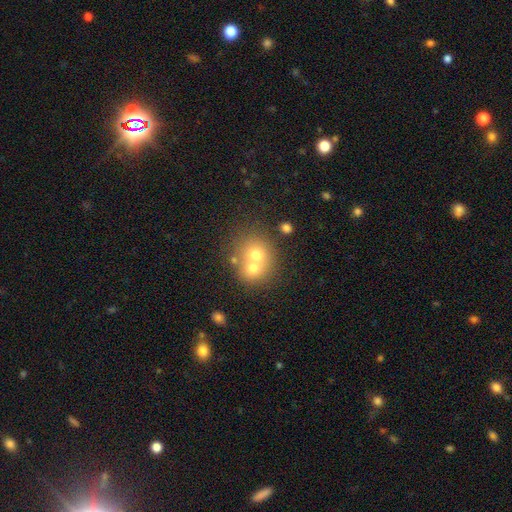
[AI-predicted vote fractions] Smooth or featured?
  - smooth: 63% *
  - featured or disk: 24%
  - star or artifact: 13%
How rounded?
  - round: 75% *
  - in between: 24%
  - cigar-shaped: 1%
Merging?
  - merger: 63% *
  - none: 28%
  - minor disturbance: 6%
  - major disturbance: 3%